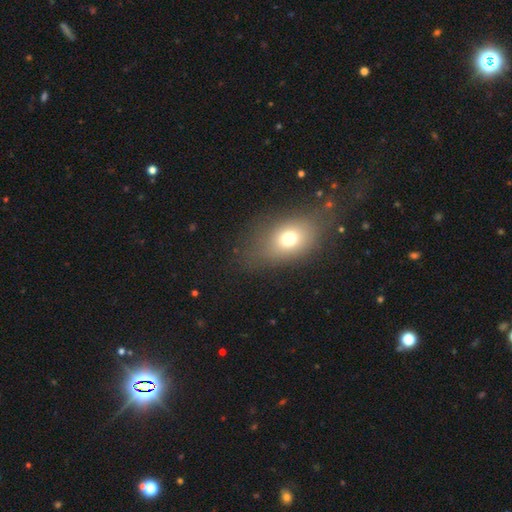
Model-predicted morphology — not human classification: This appears to be a smooth galaxy with no disk features (63%) that is in between round and cigar-shaped (70%). Merging: none (67%).